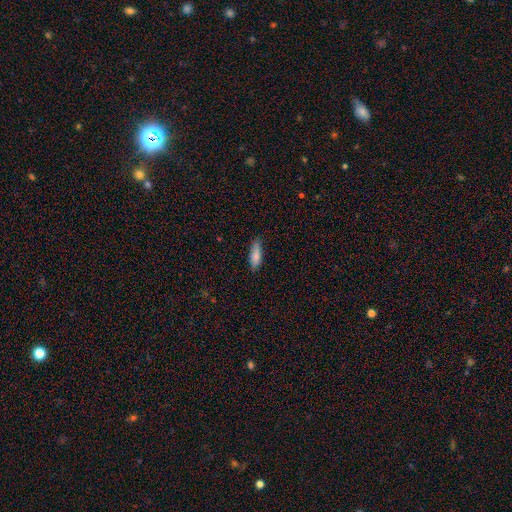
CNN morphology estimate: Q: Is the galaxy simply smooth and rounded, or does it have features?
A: smooth — 83%.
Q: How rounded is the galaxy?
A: in between — 54%.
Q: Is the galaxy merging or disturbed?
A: none — 78%.